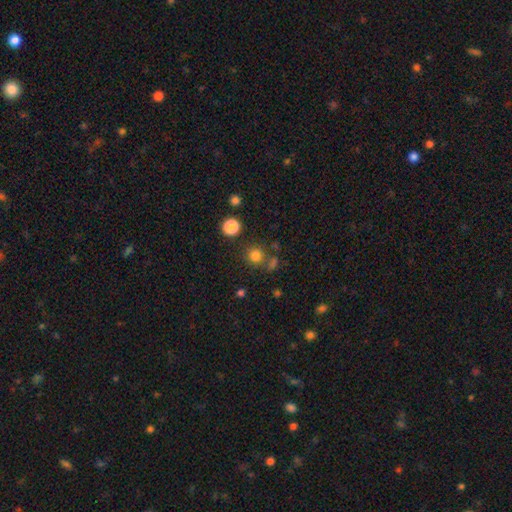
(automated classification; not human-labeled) Q: Smooth or featured?
A: smooth (77%); runner-up: star or artifact (17%)
Q: How rounded?
A: round (92%); runner-up: in between (7%)
Q: Merging?
A: none (75%); runner-up: merger (12%)